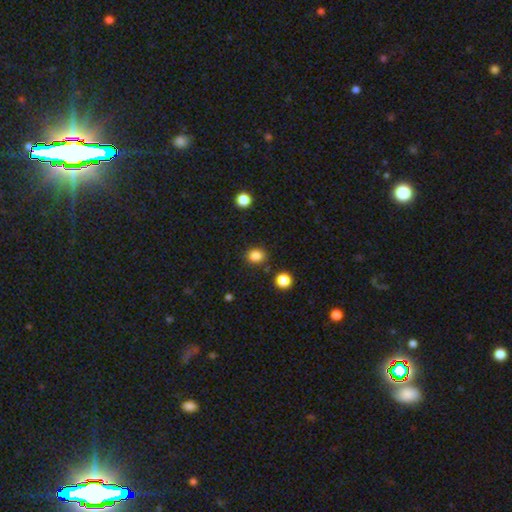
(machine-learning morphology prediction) Smooth or featured? smooth (84%)
How rounded? round (66%)
Merging? none (85%)